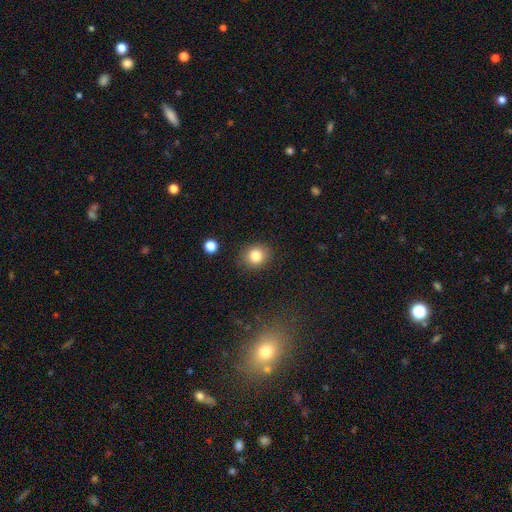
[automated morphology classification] Overall: smooth (83%). How rounded: round (69%; in between 30%). Merging: none (85%).